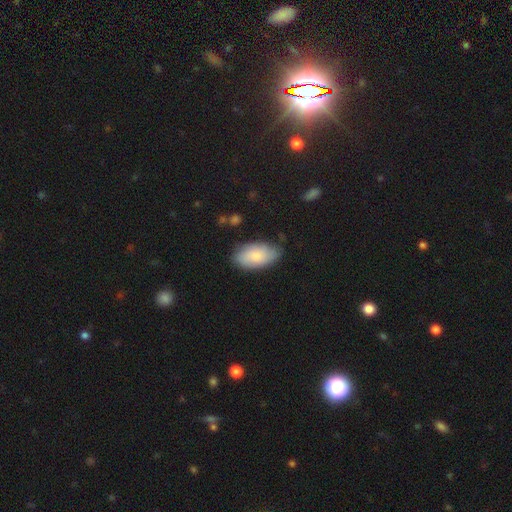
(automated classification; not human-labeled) This appears to be a smooth galaxy with no disk features (79%) that is in between round and cigar-shaped (94%). Merging: none (74%).